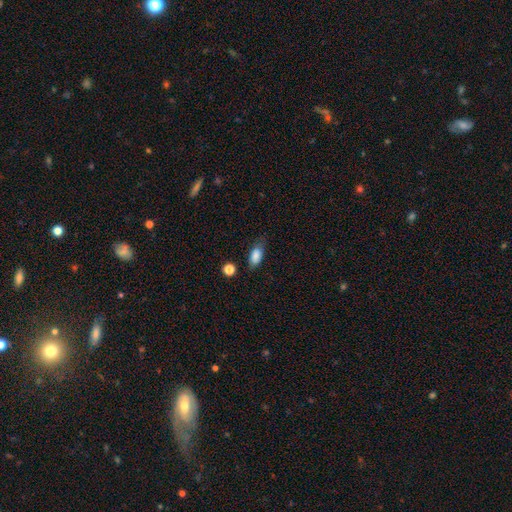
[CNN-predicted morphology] A smooth galaxy with no disk features (83%) that is in between round and cigar-shaped (85%).

Vote fractions:
- Smooth or featured? smooth: 83% / featured or disk: 9% / star or artifact: 9%
- How rounded? in between: 85% / cigar-shaped: 10% / round: 5%
- Merging? none: 65% / minor disturbance: 24% / major disturbance: 7% / merger: 4%